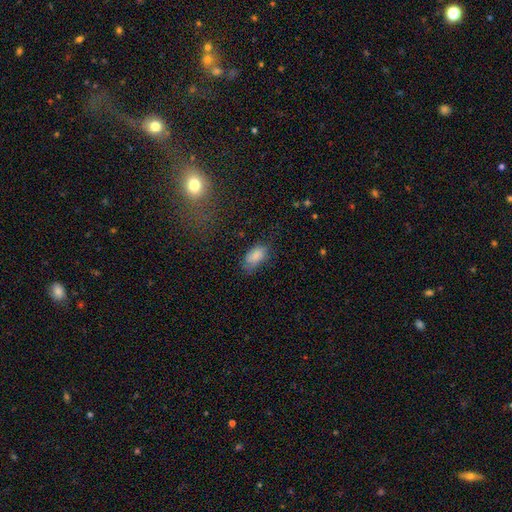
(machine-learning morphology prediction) Smooth or featured? smooth (80%)
How rounded? in between (92%)
Merging? none (56%)